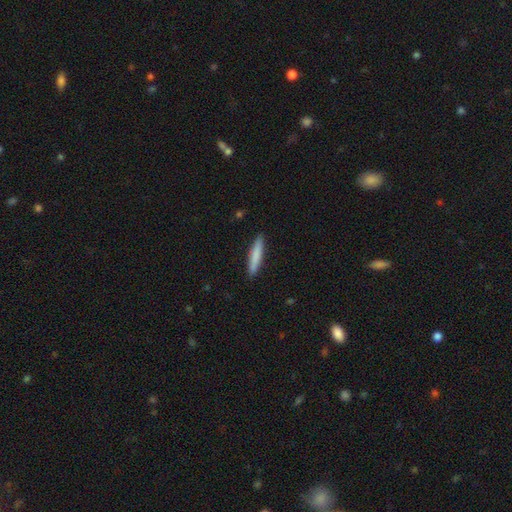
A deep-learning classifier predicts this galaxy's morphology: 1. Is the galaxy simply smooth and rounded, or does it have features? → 80% smooth, 15% featured or disk, 5% star or artifact.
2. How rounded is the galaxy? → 92% cigar-shaped, 7% in between, 1% round.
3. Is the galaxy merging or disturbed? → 90% none, 7% minor disturbance, 2% major disturbance, 1% merger.